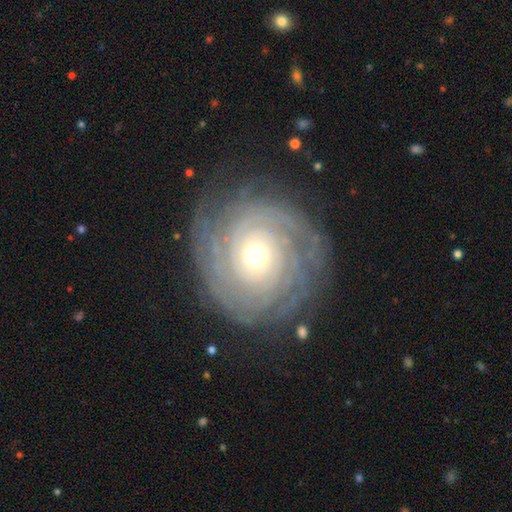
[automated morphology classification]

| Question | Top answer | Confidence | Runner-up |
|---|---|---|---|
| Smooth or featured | featured or disk | 88% | smooth (7%) |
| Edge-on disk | no | 97% | yes (3%) |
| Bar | no | 82% | weak (13%) |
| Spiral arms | yes | 97% | no (3%) |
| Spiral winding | tight | 86% | medium (11%) |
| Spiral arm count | can't tell | 29% | more than 4 (16%) |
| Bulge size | moderate | 55% | small (38%) |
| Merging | none | 80% | minor disturbance (13%) |